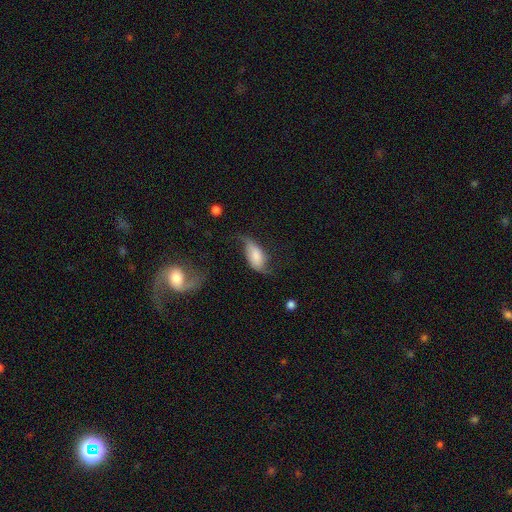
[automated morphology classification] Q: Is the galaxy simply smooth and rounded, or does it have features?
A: featured or disk — 49%.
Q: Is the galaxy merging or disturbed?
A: none — 43%.